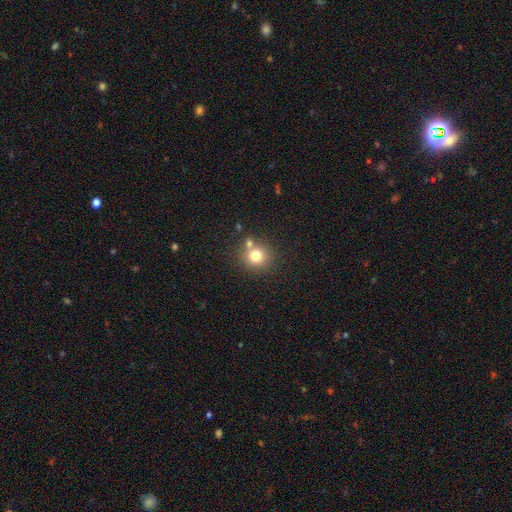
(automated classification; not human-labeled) A smooth galaxy with no disk features (77%) that is round (88%).

Vote fractions:
- Smooth or featured? smooth: 77% / star or artifact: 13% / featured or disk: 10%
- How rounded? round: 88% / in between: 11% / cigar-shaped: 1%
- Merging? none: 69% / merger: 19% / minor disturbance: 9% / major disturbance: 3%